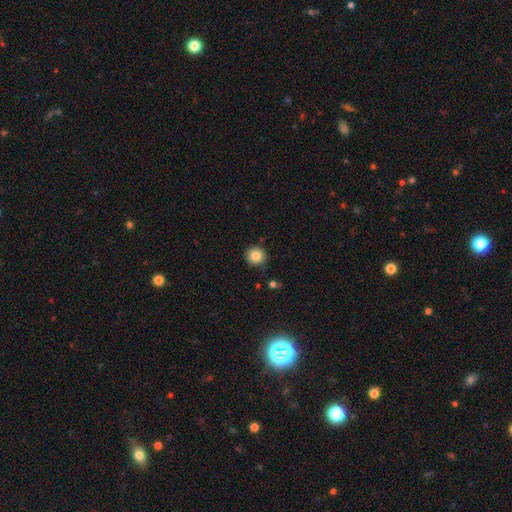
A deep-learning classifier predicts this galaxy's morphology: Smooth or featured? smooth (85%)
How rounded? round (93%)
Merging? none (87%)